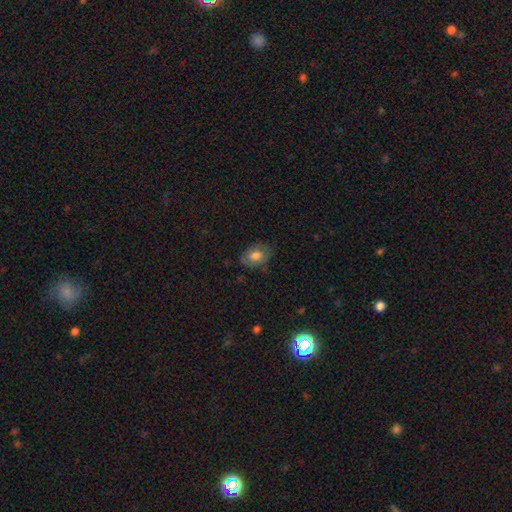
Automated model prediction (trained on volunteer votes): Smooth or featured: smooth — 73% (featured or disk — 19%)
How rounded: in between — 76% (round — 23%)
Merging: none — 73% (minor disturbance — 20%)